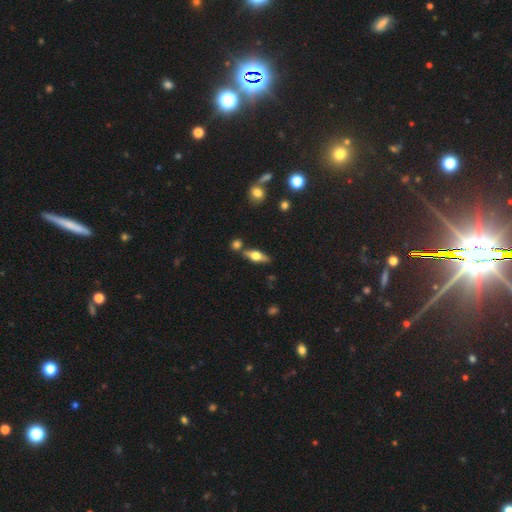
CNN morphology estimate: The model was most divided on "smooth or featured": featured or disk: 58%, smooth: 35%, star or artifact: 7%. More confident: edge-on bulge — rounded (94%); edge-on disk — yes (93%); merging — none (75%).